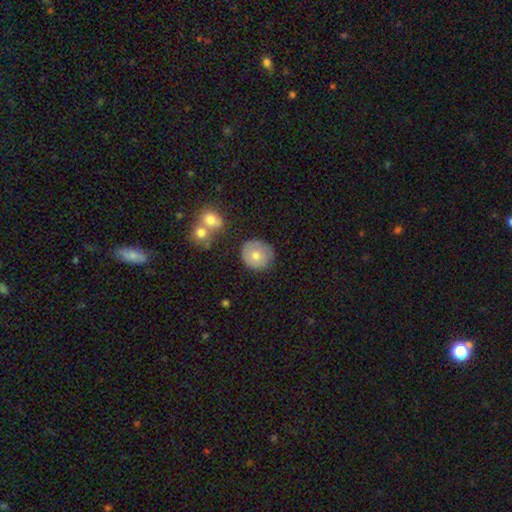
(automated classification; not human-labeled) smooth_or_featured: smooth (p=0.71) [alt: featured or disk p=0.20]
how_rounded: round (p=0.89) [alt: in between p=0.10]
merging: none (p=0.77) [alt: minor disturbance p=0.15]